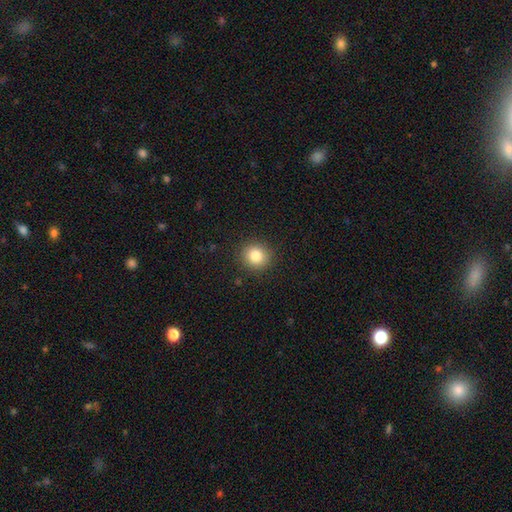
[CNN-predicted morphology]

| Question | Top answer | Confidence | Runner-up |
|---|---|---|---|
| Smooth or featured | smooth | 83% | star or artifact (10%) |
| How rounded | round | 88% | in between (11%) |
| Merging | none | 90% | minor disturbance (7%) |